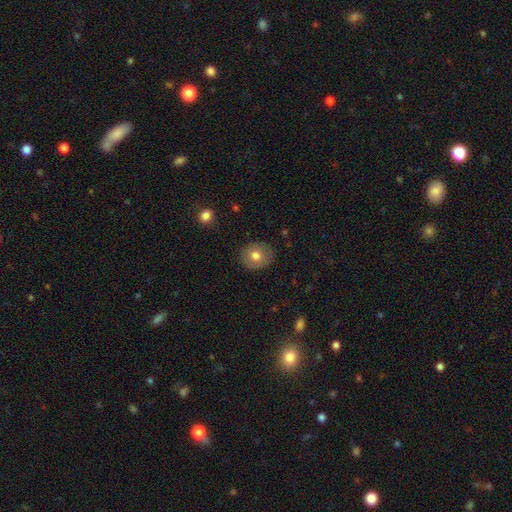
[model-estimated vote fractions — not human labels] smooth-or-featured: smooth: 73% | featured or disk: 18% | star or artifact: 9%
  how-rounded: round: 74% | in between: 26% | cigar-shaped: 1%
  merging: none: 87% | minor disturbance: 9% | major disturbance: 2% | merger: 1%